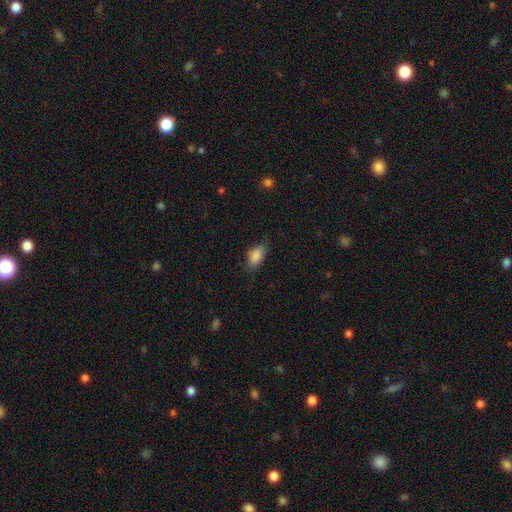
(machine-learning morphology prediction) smooth_or_featured: smooth (p=0.86) [alt: star or artifact p=0.08]
how_rounded: in between (p=0.91) [alt: round p=0.05]
merging: none (p=0.70) [alt: minor disturbance p=0.24]